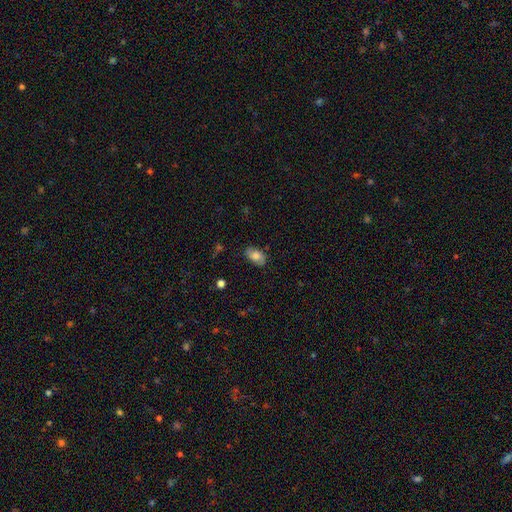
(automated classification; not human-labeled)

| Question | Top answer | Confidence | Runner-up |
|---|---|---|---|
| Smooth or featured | smooth | 75% | featured or disk (17%) |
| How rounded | in between | 92% | round (6%) |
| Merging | none | 80% | minor disturbance (16%) |